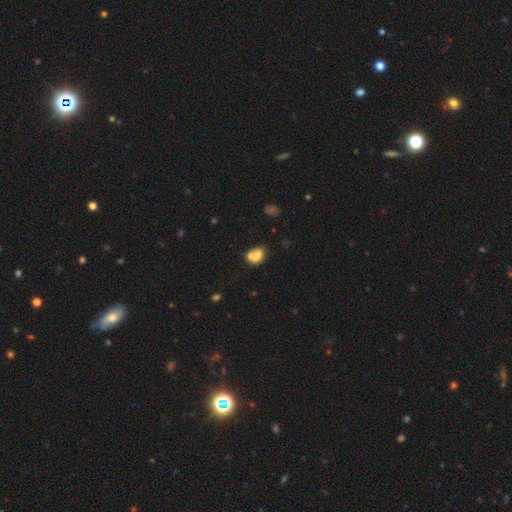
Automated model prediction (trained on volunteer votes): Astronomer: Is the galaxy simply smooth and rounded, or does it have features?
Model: smooth — 67%.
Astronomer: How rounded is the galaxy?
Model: in between — 61% (runner-up: round, 37%).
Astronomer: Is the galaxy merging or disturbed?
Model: merger — 58%.